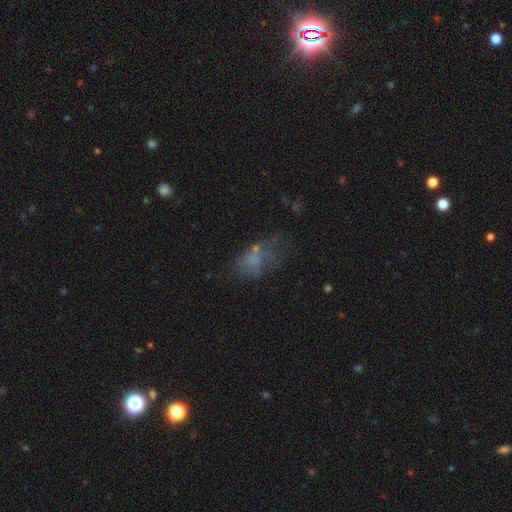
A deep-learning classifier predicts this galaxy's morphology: The model was most divided on "merging": none: 39%, major disturbance: 32%, minor disturbance: 21%, merger: 8%. Remaining: smooth or featured — smooth (43%).